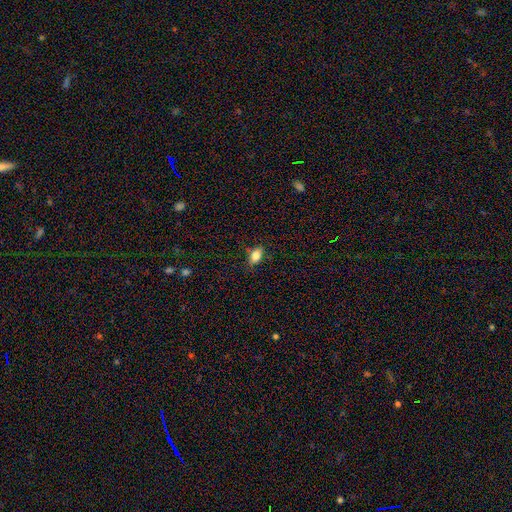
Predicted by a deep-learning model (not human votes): The model was most divided on "merging": none: 81%, minor disturbance: 14%, major disturbance: 3%, merger: 2%. More confident: how rounded — in between (87%); smooth or featured — smooth (83%).